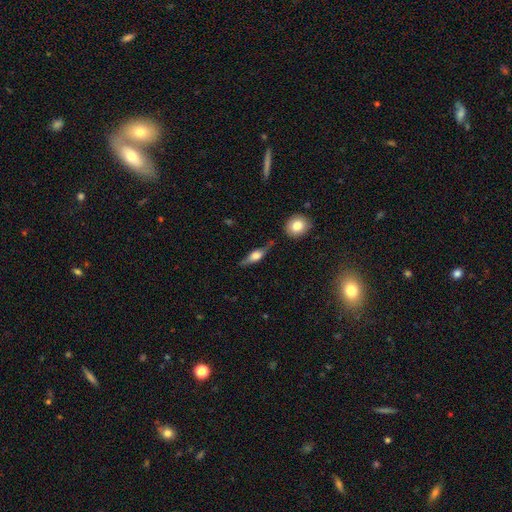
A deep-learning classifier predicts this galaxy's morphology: This is possibly a featured or disk galaxy (53%). It is clearly viewed edge-on (90%). Merging: likely none (72%).